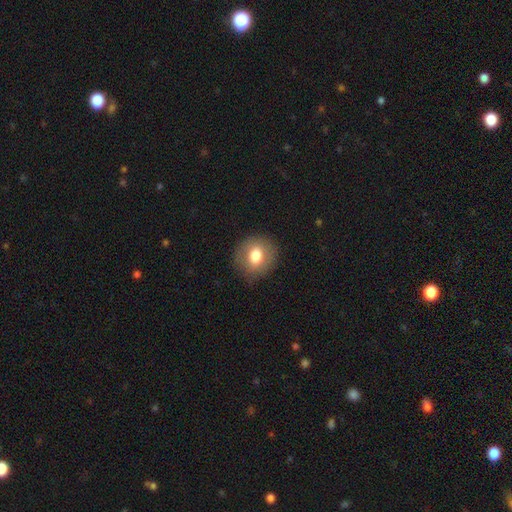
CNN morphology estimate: Smooth or featured? smooth (75%)
How rounded? round (75%)
Merging? none (85%)